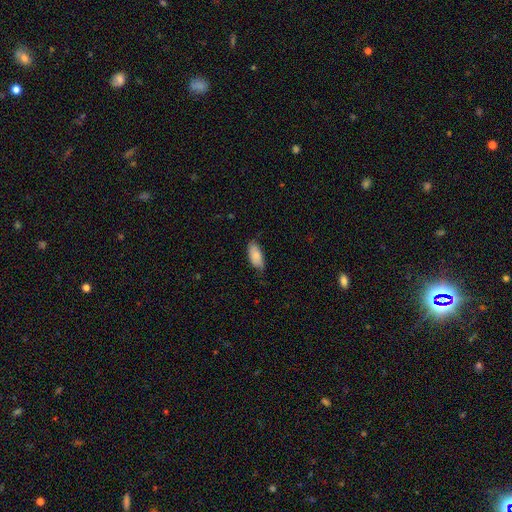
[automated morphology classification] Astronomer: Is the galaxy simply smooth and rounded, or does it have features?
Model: smooth — 84%.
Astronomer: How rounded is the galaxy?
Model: in between — 87%.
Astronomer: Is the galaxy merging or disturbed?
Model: none — 68%.